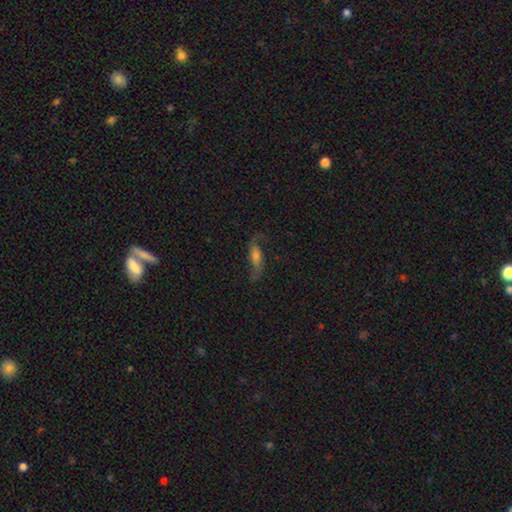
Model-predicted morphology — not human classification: featured or disk 72%, smooth 19%, star or artifact 10%. Down the decision tree: edge-on disk — no (86%); bar — no (40%); spiral arms — yes (93%); spiral arm count — 2 (90%); spiral winding — loose (78%); bulge size — moderate (39%); merging — none (70%).